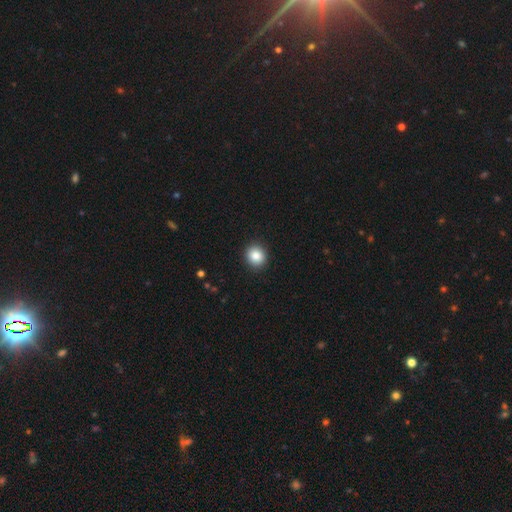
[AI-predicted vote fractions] A smooth galaxy with no disk features (86%) that is round (85%). Merging: none (92%).